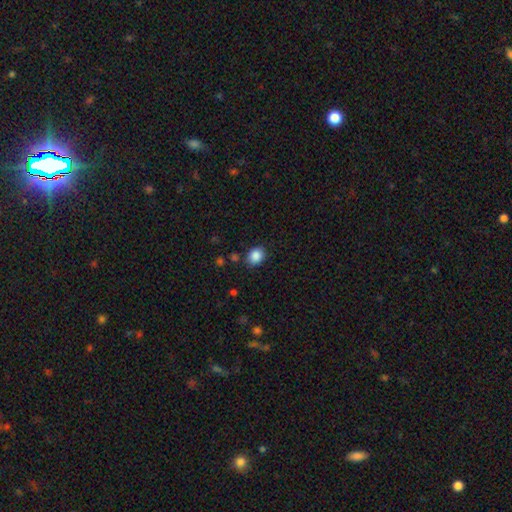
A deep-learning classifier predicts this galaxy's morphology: smooth 87%, star or artifact 9%, featured or disk 3%. Down the decision tree: how rounded — round (54%); merging — none (83%).